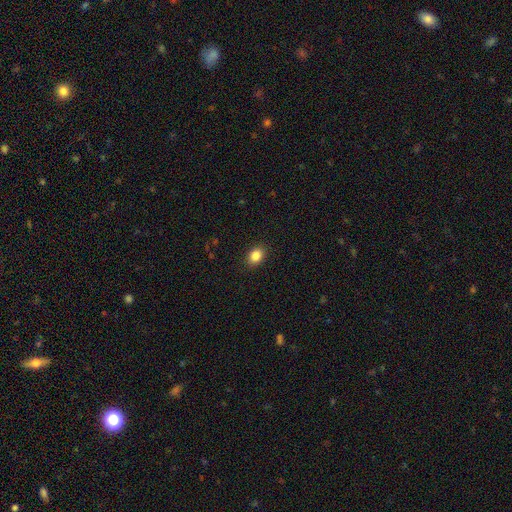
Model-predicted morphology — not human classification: Smooth or featured: smooth — 86% (star or artifact — 10%)
How rounded: in between — 65% (round — 34%)
Merging: none — 89% (minor disturbance — 8%)